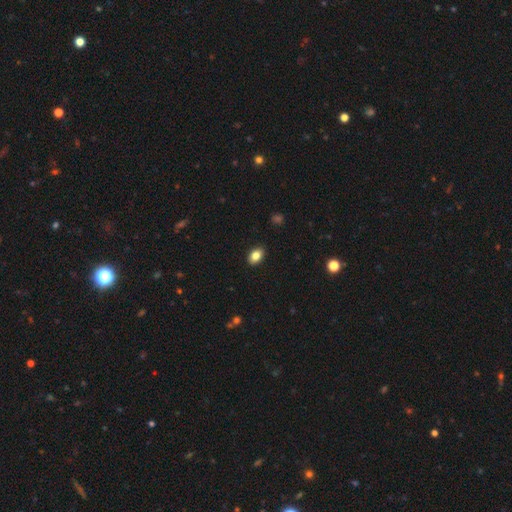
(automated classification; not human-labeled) The model was most divided on "how rounded": in between: 81%, round: 17%, cigar-shaped: 1%. More confident: merging — none (89%); smooth or featured — smooth (84%).